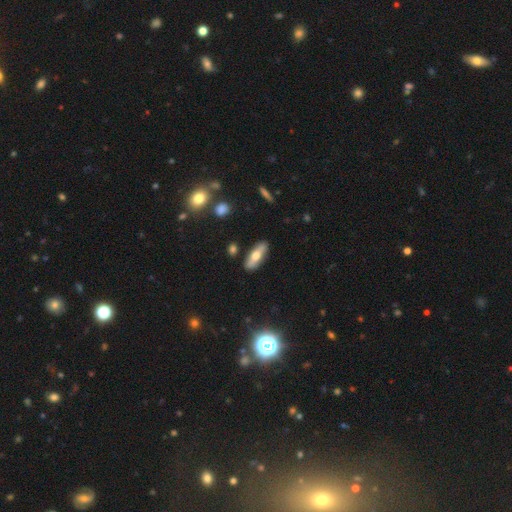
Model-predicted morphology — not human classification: A smooth galaxy with no disk features (55%) that is in between round and cigar-shaped (59%).

Vote fractions:
- Smooth or featured? smooth: 55% / featured or disk: 38% / star or artifact: 7%
- How rounded? in between: 59% / cigar-shaped: 38% / round: 3%
- Merging? none: 83% / minor disturbance: 12% / major disturbance: 3% / merger: 2%